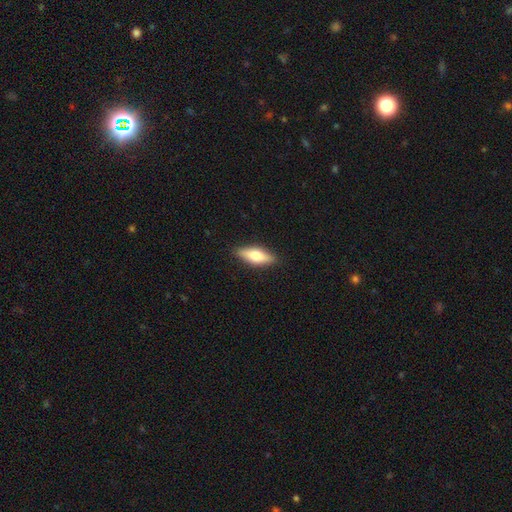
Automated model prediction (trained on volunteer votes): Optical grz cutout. It shows a smooth galaxy with no disk features (64%) that is in between round and cigar-shaped (62%). Merging: none (89%).